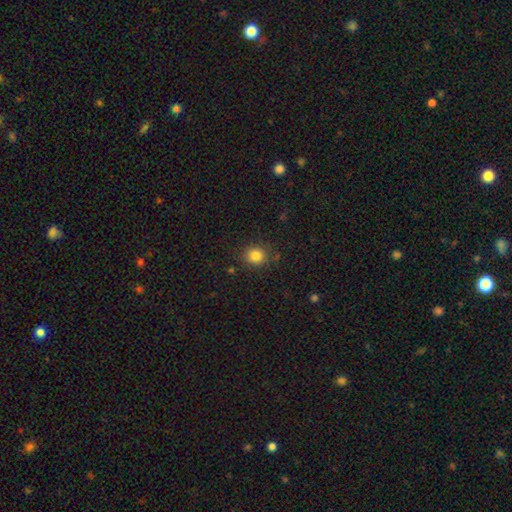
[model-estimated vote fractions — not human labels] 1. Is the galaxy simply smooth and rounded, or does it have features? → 83% smooth, 12% star or artifact, 5% featured or disk.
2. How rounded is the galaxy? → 82% round, 17% in between, 1% cigar-shaped.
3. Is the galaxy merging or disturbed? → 84% none, 11% minor disturbance, 3% major disturbance, 2% merger.